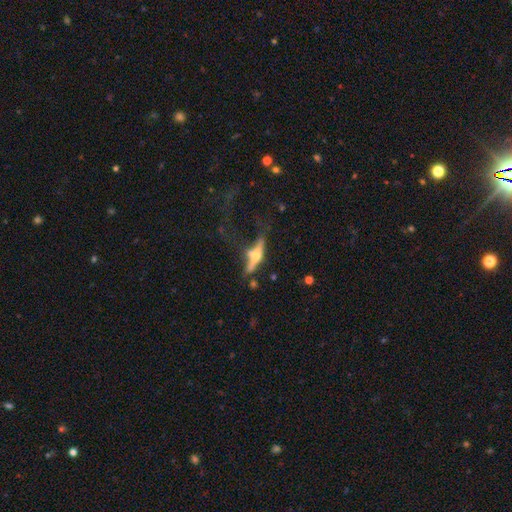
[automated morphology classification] This appears to be a featured or disk galaxy (64%) viewed edge-on (91%) with a rounded central bulge (92%). Merging: none (53%).